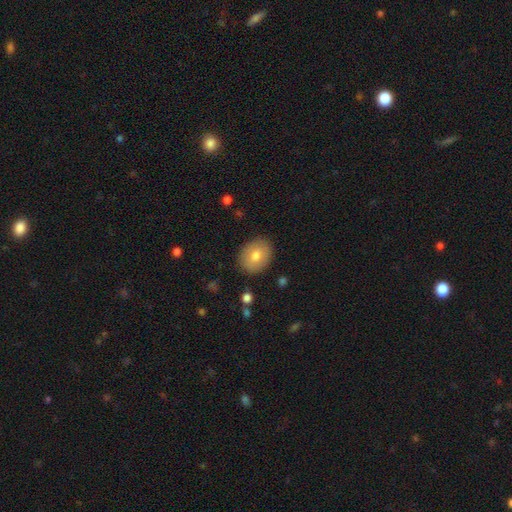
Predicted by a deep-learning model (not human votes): The model was most divided on "how rounded": in between: 50%, round: 49%, cigar-shaped: 1%. More confident: merging — none (87%); smooth or featured — smooth (72%).